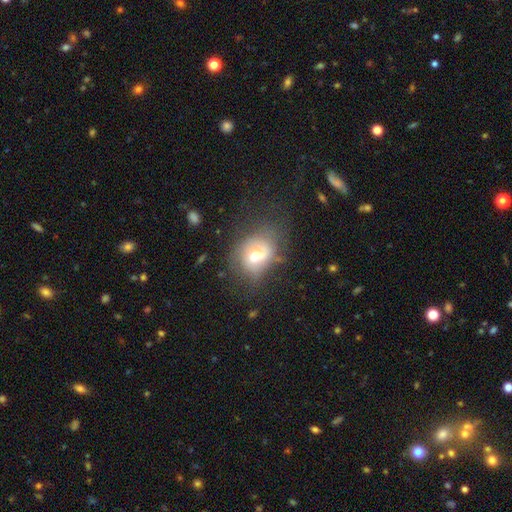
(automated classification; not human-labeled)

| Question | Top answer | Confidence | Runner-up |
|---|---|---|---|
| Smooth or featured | smooth | 55% | featured or disk (34%) |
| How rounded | in between | 55% | round (44%) |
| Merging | none | 49% | minor disturbance (27%) |